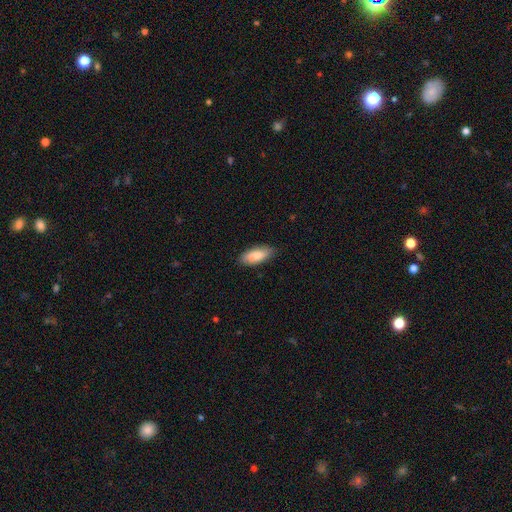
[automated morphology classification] Q: Smooth or featured?
A: smooth (81%); runner-up: featured or disk (13%)
Q: How rounded?
A: in between (79%); runner-up: cigar-shaped (19%)
Q: Merging?
A: none (75%); runner-up: minor disturbance (19%)